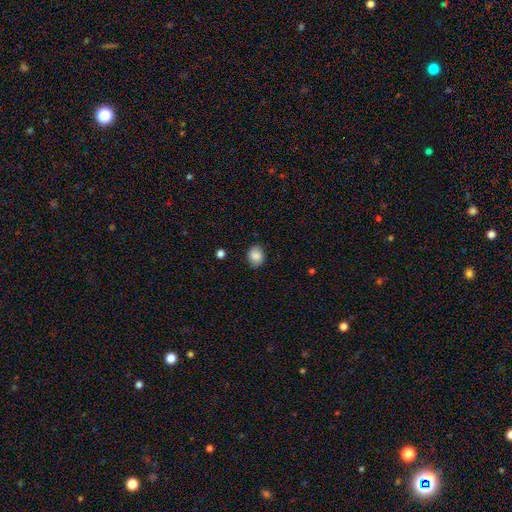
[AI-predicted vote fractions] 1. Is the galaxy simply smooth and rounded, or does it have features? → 86% smooth, 8% star or artifact, 5% featured or disk.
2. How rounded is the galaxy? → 58% round, 41% in between, 1% cigar-shaped.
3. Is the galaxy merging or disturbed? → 85% none, 11% minor disturbance, 2% major disturbance, 1% merger.